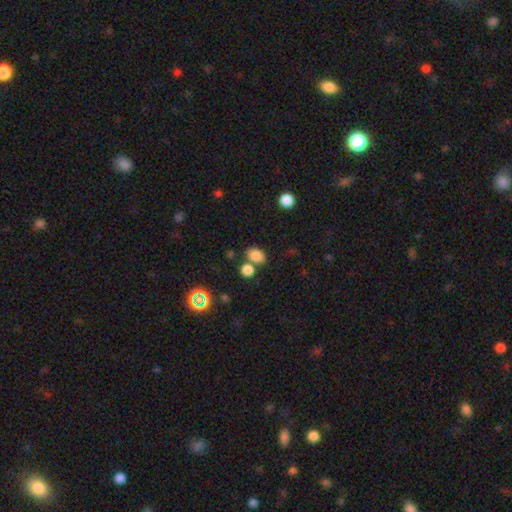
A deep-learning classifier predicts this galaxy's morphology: Smooth or featured? Predicted: smooth (p=0.82). How rounded? Predicted: in between (p=0.72). Merging? Predicted: none (p=0.59).